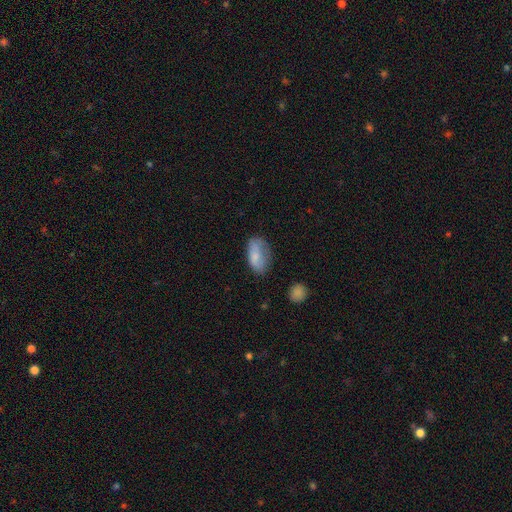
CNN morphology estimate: This is likely a smooth galaxy (78%). How rounded: clearly in between (92%). Merging: possibly none (55%).